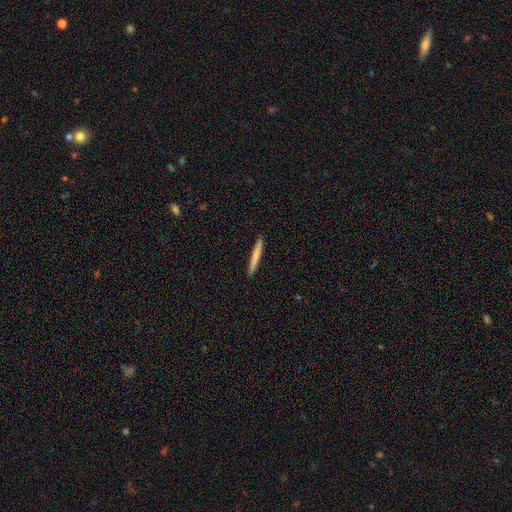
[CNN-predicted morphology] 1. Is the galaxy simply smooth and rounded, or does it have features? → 75% smooth, 20% featured or disk, 5% star or artifact.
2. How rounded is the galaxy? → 97% cigar-shaped, 2% in between, 1% round.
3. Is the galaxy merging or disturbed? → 93% none, 5% minor disturbance, 1% major disturbance, 1% merger.